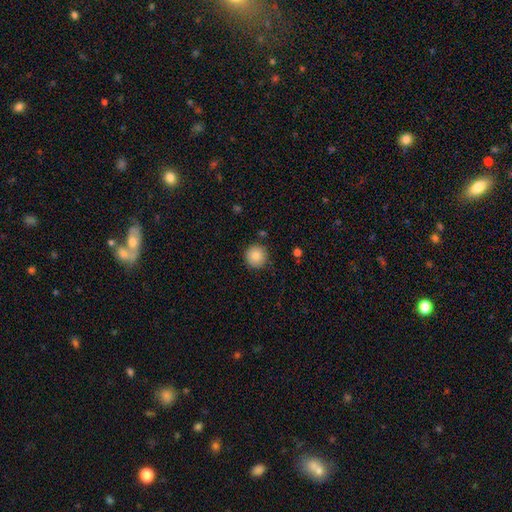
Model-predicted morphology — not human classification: Smooth or featured: smooth — 86% (star or artifact — 9%)
How rounded: round — 95% (in between — 4%)
Merging: none — 89% (minor disturbance — 8%)